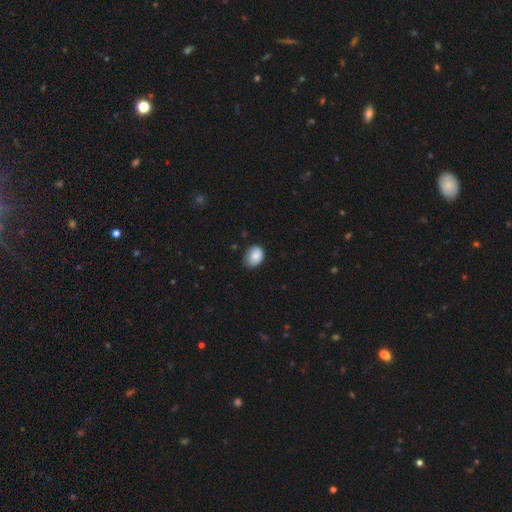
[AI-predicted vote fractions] This appears to be a smooth galaxy with no disk features (85%) that is in between round and cigar-shaped (64%). Merging: none (64%).